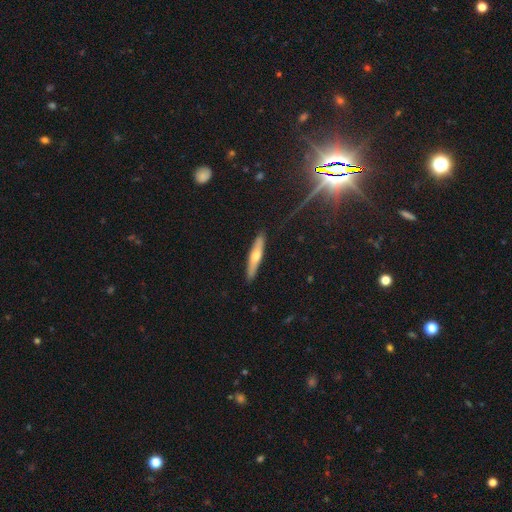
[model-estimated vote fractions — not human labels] Q: Smooth or featured?
A: smooth (49%); runner-up: featured or disk (45%)
Q: Merging?
A: none (90%); runner-up: minor disturbance (8%)